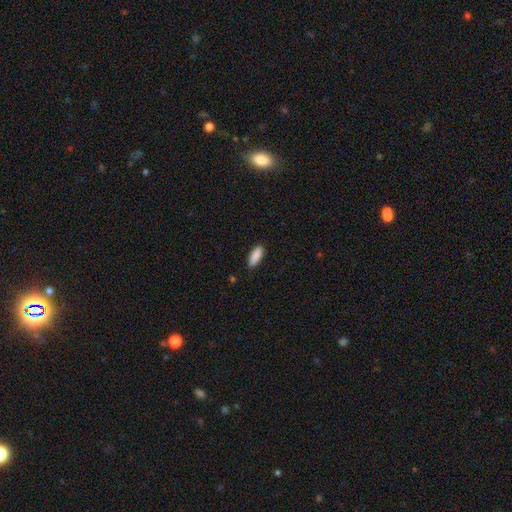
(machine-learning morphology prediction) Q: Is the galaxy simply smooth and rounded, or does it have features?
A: smooth — 90%.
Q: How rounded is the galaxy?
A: in between — 72%.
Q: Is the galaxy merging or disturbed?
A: none — 87%.